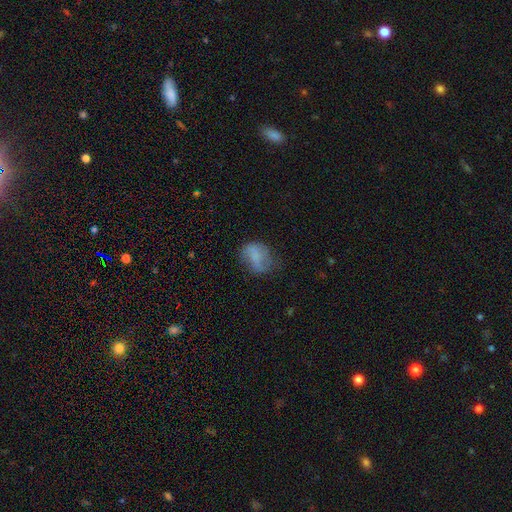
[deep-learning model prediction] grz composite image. It shows a smooth galaxy with no disk features (61%) that is in between round and cigar-shaped (63%). Merging: none (48%).